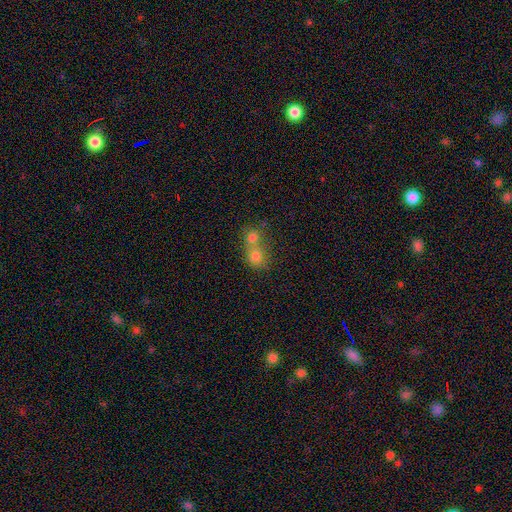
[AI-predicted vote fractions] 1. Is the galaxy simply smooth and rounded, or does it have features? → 75% smooth, 13% featured or disk, 12% star or artifact.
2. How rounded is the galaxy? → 74% round, 25% in between, 1% cigar-shaped.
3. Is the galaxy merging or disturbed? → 66% merger, 26% none, 5% minor disturbance, 3% major disturbance.